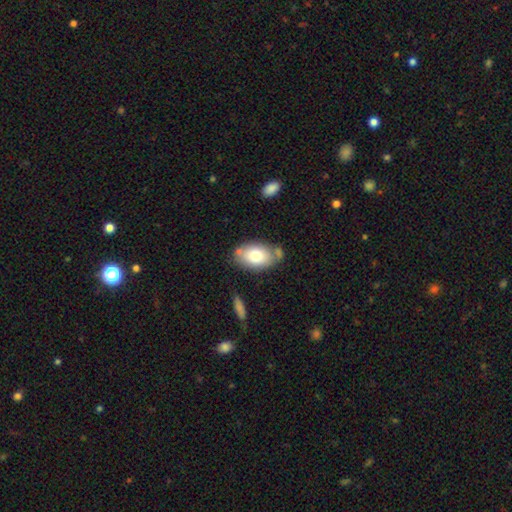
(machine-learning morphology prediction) This is likely a smooth galaxy (74%). How rounded: clearly in between (89%). Merging: likely none (67%).